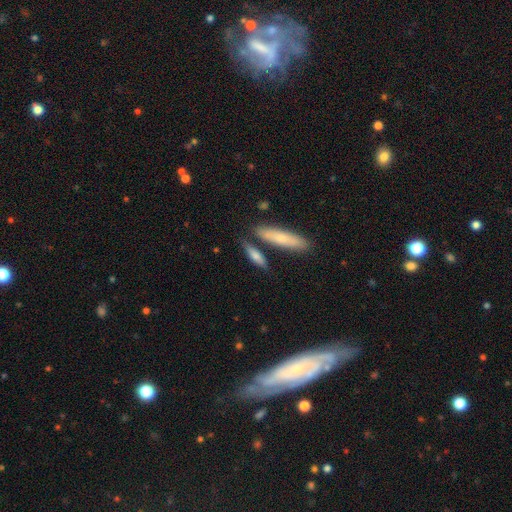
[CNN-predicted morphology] Overall: smooth (72%). How rounded: cigar-shaped (63%; in between 34%). Merging: none (66%).